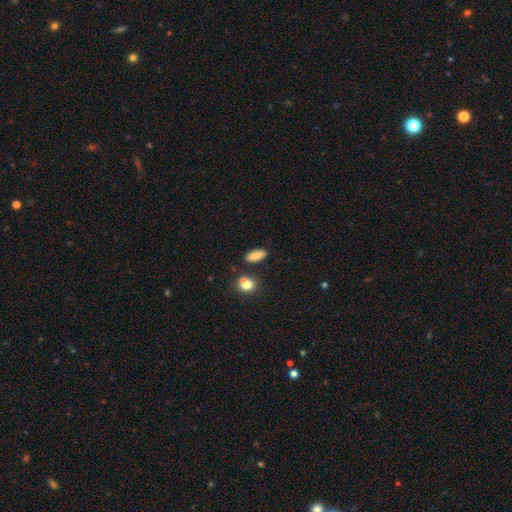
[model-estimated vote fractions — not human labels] Smooth or featured: smooth — 82% (star or artifact — 9%)
How rounded: in between — 79% (cigar-shaped — 16%)
Merging: none — 80% (minor disturbance — 11%)